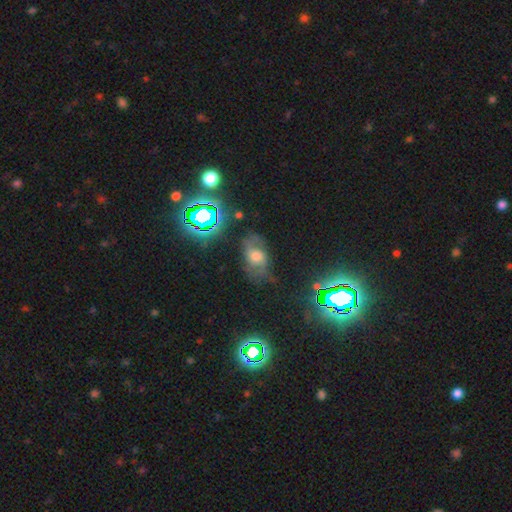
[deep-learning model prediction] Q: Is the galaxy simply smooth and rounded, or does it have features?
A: featured or disk — 48%.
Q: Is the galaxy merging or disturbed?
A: none — 53%.